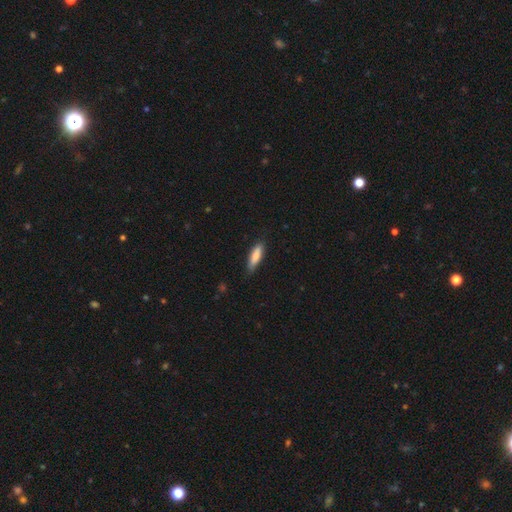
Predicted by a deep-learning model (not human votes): A smooth galaxy with no disk features (81%) that is cigar-shaped (59%). Merging: none (78%).